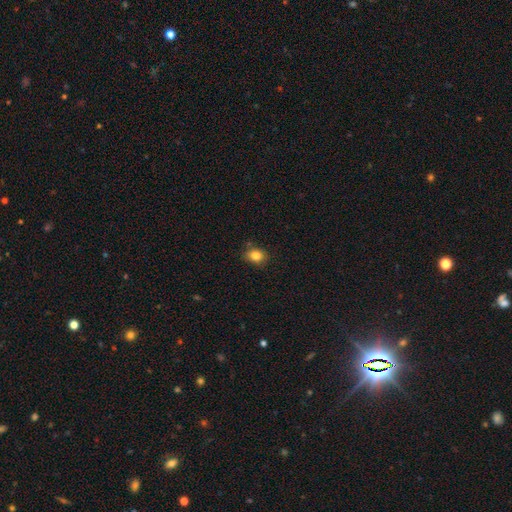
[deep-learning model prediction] Smooth or featured? smooth (84%)
How rounded? in between (56%)
Merging? none (78%)